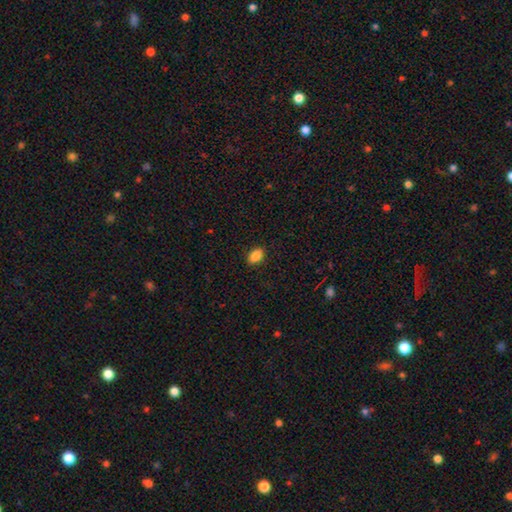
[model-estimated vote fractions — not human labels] smooth-or-featured: smooth: 87% | star or artifact: 9% | featured or disk: 4%
  how-rounded: in between: 87% | round: 11% | cigar-shaped: 2%
  merging: none: 88% | minor disturbance: 9% | major disturbance: 2% | merger: 1%